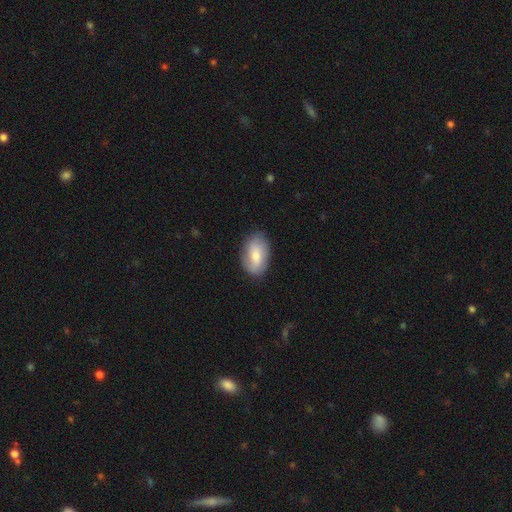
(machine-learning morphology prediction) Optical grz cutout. It shows a smooth galaxy with no disk features (63%) that is in between round and cigar-shaped (90%). Merging: none (82%).